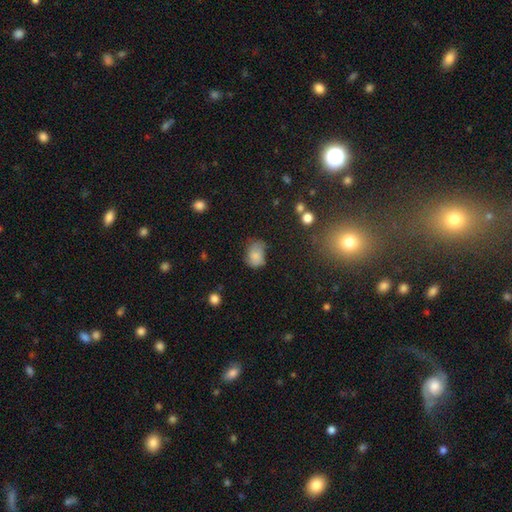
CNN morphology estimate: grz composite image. It shows a smooth galaxy with no disk features (78%) that is in between round and cigar-shaped (67%). Merging: none (43%).